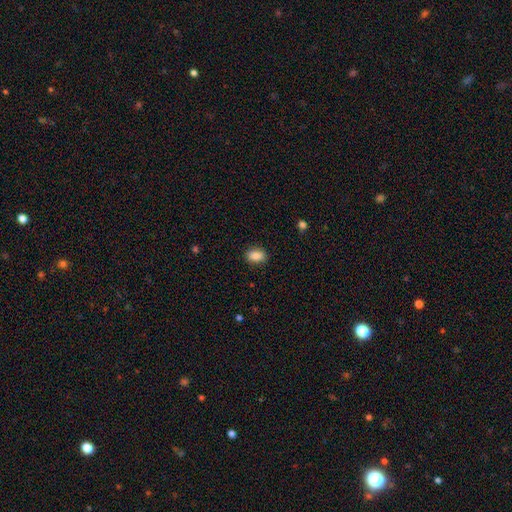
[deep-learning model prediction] Smooth or featured? Predicted: smooth (p=0.87). How rounded? Predicted: in between (p=0.81). Merging? Predicted: none (p=0.88).